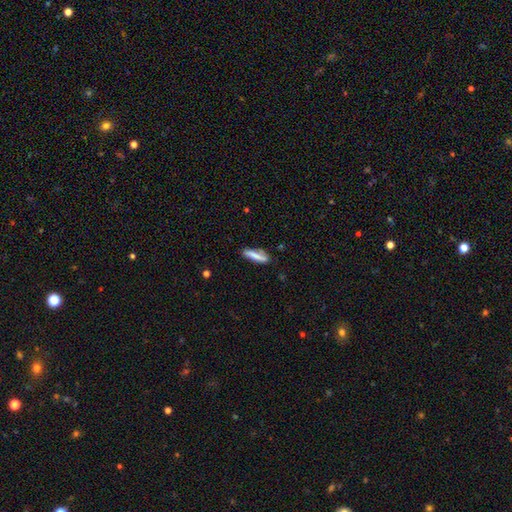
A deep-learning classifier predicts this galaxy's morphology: This appears to be a smooth galaxy with no disk features (76%) that is cigar-shaped (78%). Merging: none (76%).